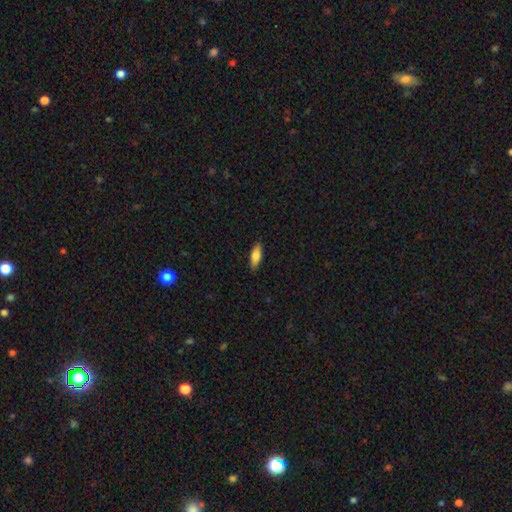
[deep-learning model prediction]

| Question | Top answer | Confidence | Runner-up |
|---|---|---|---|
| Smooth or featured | smooth | 81% | featured or disk (13%) |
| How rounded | in between | 69% | cigar-shaped (29%) |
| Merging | none | 88% | minor disturbance (10%) |